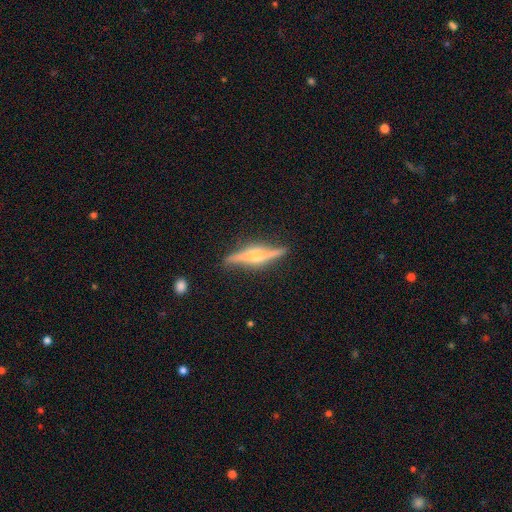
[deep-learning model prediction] smooth-or-featured: featured or disk: 84% | smooth: 11% | star or artifact: 5%
  disk-edge-on: yes: 93% | no: 7%
    edge-on-bulge: rounded: 91% | boxy: 6% | none: 3%
  merging: none: 84% | minor disturbance: 12% | major disturbance: 3% | merger: 2%